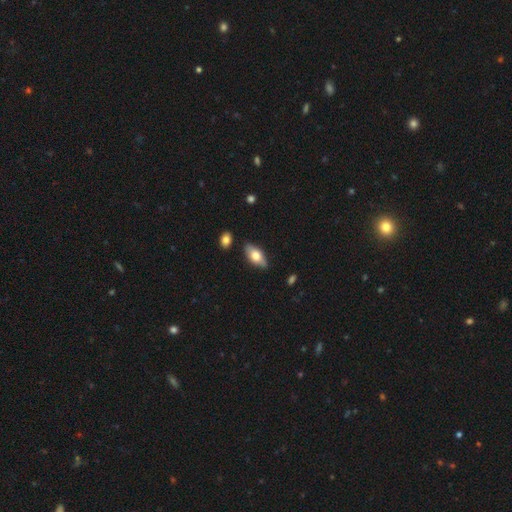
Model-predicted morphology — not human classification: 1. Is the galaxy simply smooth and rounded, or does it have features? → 67% smooth, 27% featured or disk, 6% star or artifact.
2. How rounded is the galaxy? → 86% in between, 10% cigar-shaped, 3% round.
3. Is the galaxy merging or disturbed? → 80% none, 14% minor disturbance, 3% merger, 3% major disturbance.